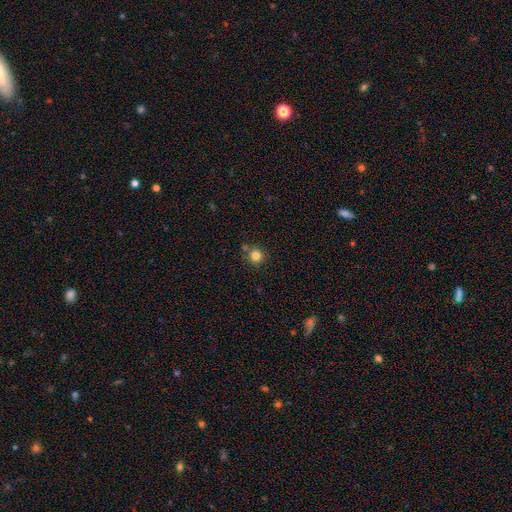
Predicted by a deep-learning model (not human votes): smooth_or_featured: smooth (p=0.82) [alt: star or artifact p=0.13]
how_rounded: round (p=0.93) [alt: in between p=0.06]
merging: none (p=0.75) [alt: merger p=0.12]